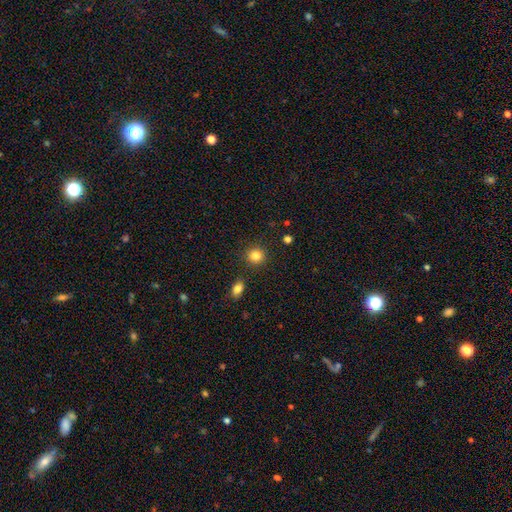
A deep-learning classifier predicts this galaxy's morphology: Smooth or featured?
  - smooth: 84% *
  - star or artifact: 11%
  - featured or disk: 5%
How rounded?
  - round: 88% *
  - in between: 11%
  - cigar-shaped: 1%
Merging?
  - none: 89% *
  - minor disturbance: 6%
  - merger: 3%
  - major disturbance: 2%